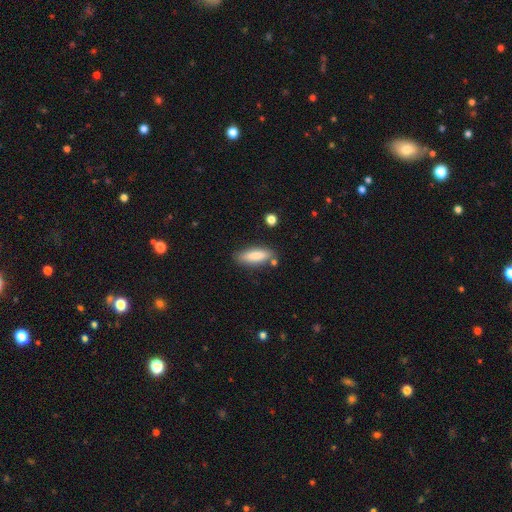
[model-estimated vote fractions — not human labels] Morphology: type=smooth (84%); roundness=in between (51%); merging=none (79%).